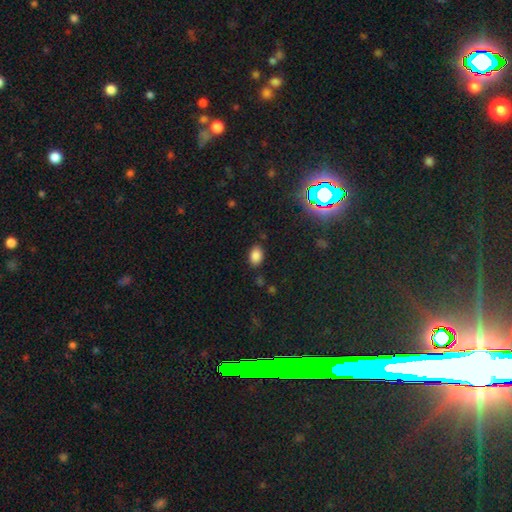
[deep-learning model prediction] smooth_or_featured: smooth (p=0.83) [alt: star or artifact p=0.12]
how_rounded: in between (p=0.84) [alt: round p=0.15]
merging: none (p=0.84) [alt: minor disturbance p=0.11]